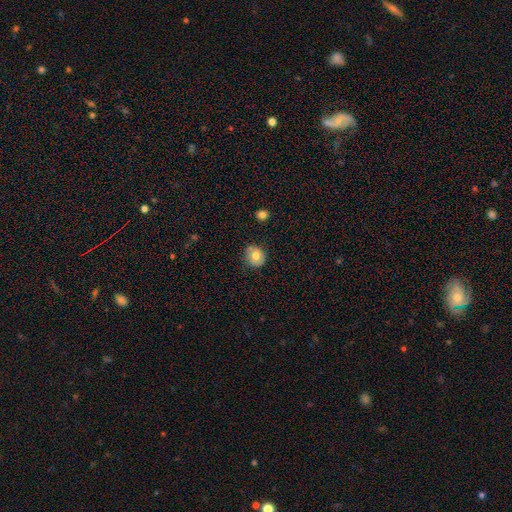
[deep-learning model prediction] Q: Smooth or featured?
A: smooth (74%); runner-up: featured or disk (17%)
Q: How rounded?
A: round (87%); runner-up: in between (13%)
Q: Merging?
A: none (80%); runner-up: minor disturbance (15%)